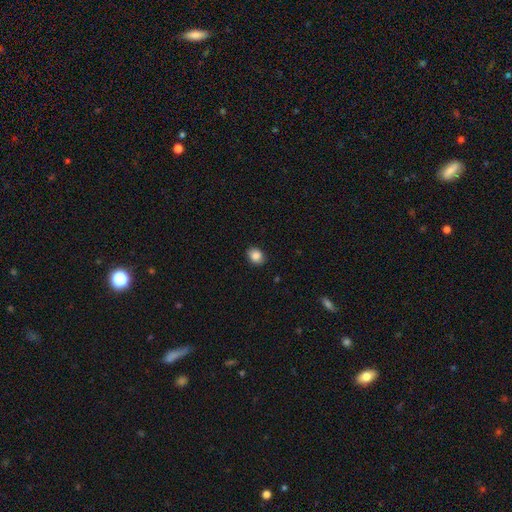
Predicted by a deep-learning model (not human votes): This appears to be a smooth galaxy with no disk features (86%) that is in between round and cigar-shaped (55%). Merging: none (88%).